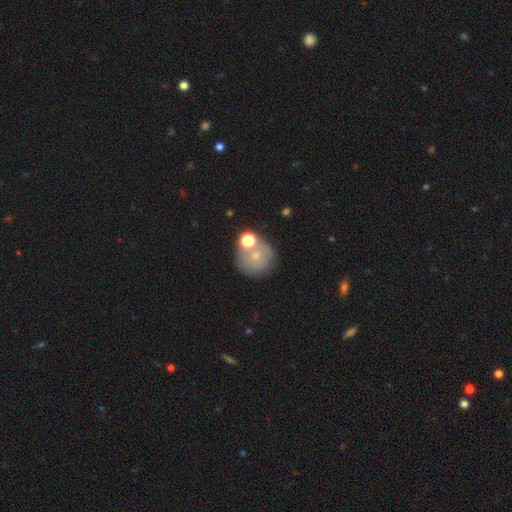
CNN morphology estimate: type=smooth (63%); roundness=round (87%); merging=none (55%).